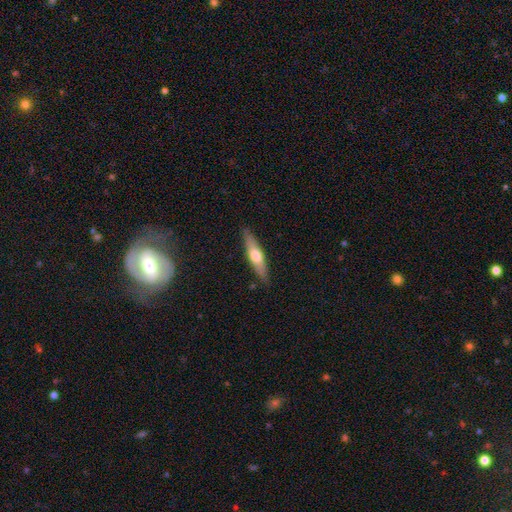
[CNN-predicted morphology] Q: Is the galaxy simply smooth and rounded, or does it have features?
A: smooth — 51%.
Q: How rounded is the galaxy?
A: cigar-shaped — 78%.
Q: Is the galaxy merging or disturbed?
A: none — 87%.